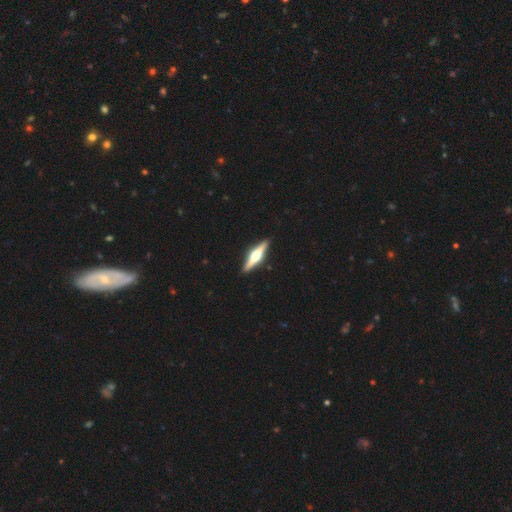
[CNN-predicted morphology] Q: Smooth or featured?
A: featured or disk (77%); runner-up: smooth (19%)
Q: Edge-on disk?
A: yes (98%); runner-up: no (2%)
Q: Edge-on bulge?
A: rounded (94%); runner-up: boxy (4%)
Q: Merging?
A: none (92%); runner-up: minor disturbance (6%)